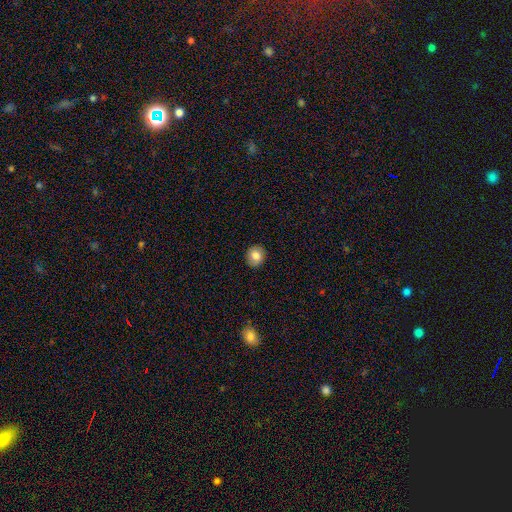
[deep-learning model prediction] Morphology: type=smooth (82%); roundness=round (80%); merging=none (90%).